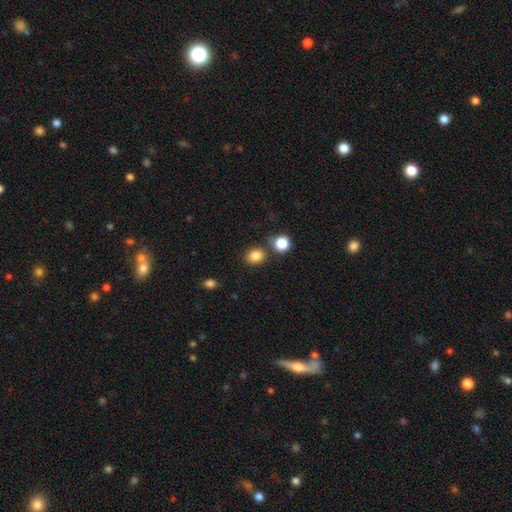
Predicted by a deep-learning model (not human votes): Smooth or featured? Predicted: smooth (p=0.84). How rounded? Predicted: round (p=0.62). Merging? Predicted: none (p=0.77).